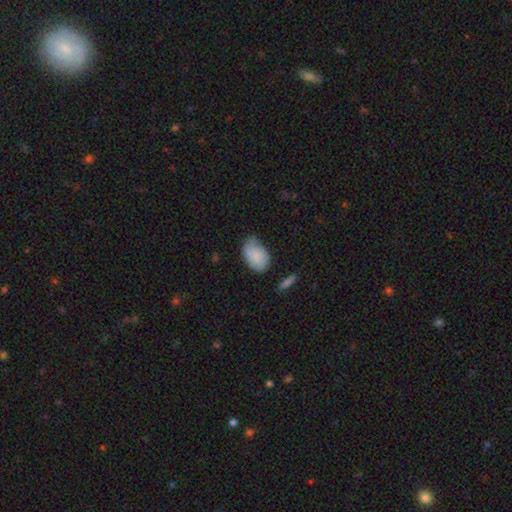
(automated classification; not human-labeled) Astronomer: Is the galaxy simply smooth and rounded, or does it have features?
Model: smooth — 78%.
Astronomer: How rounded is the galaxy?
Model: in between — 89%.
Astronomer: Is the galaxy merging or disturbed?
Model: none — 48% (runner-up: minor disturbance, 38%).